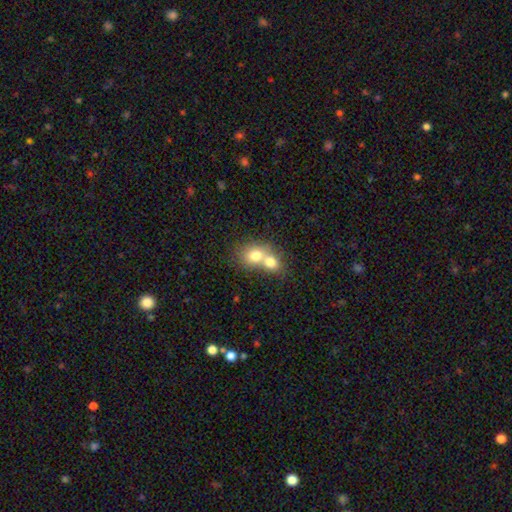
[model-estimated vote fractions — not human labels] The model was most divided on "how rounded": round: 57%, in between: 42%, cigar-shaped: 1%. More confident: merging — merger (73%); smooth or featured — smooth (73%).